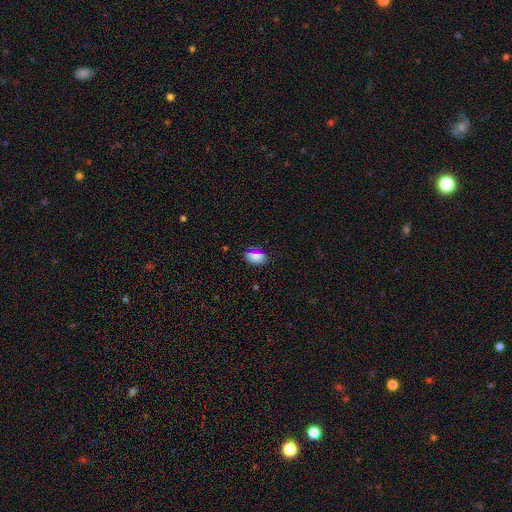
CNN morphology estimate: smooth-or-featured: smooth: 82% | star or artifact: 12% | featured or disk: 6%
  how-rounded: in between: 86% | round: 11% | cigar-shaped: 3%
  merging: none: 79% | minor disturbance: 16% | major disturbance: 3% | merger: 2%